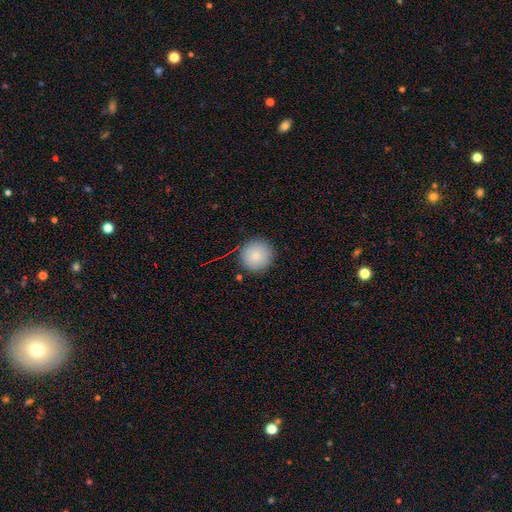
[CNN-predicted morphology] Smooth or featured?
  - smooth: 82% *
  - star or artifact: 9%
  - featured or disk: 9%
How rounded?
  - round: 96% *
  - in between: 3%
  - cigar-shaped: 1%
Merging?
  - none: 88% *
  - minor disturbance: 8%
  - major disturbance: 2%
  - merger: 2%